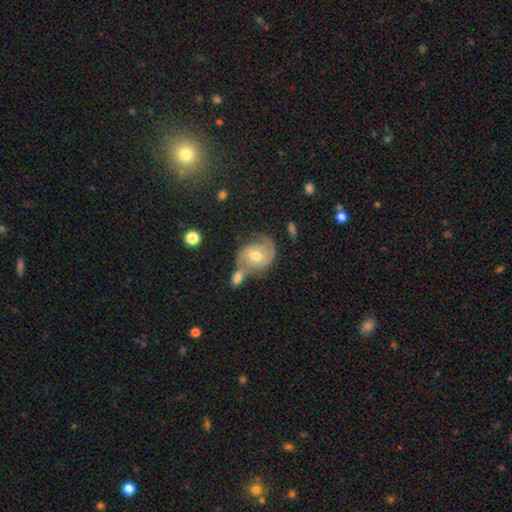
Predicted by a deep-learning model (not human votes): smooth_or_featured: featured or disk (p=0.71) [alt: smooth p=0.21]
disk_edge_on: no (p=0.97) [alt: yes p=0.03]
bar: no (p=0.57) [alt: weak p=0.35]
has_spiral_arms: yes (p=0.88) [alt: no p=0.12]
spiral_winding: tight (p=0.43) [alt: medium p=0.42]
spiral_arm_count: 2 (p=0.71) [alt: can't tell p=0.15]
bulge_size: moderate (p=0.73) [alt: small p=0.20]
merging: none (p=0.44) [alt: merger p=0.28]